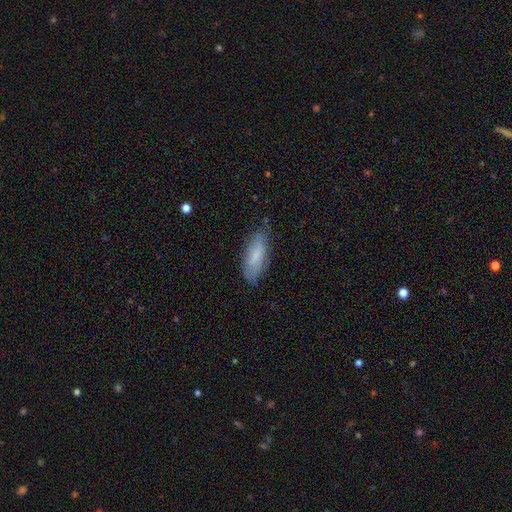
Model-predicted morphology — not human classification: smooth_or_featured: smooth (p=0.73) [alt: featured or disk p=0.20]
how_rounded: in between (p=0.69) [alt: cigar-shaped p=0.29]
merging: none (p=0.72) [alt: minor disturbance p=0.22]